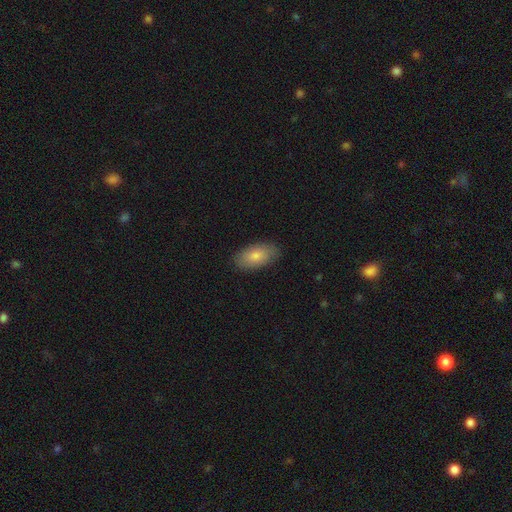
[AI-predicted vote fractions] smooth_or_featured: smooth (p=0.79) [alt: featured or disk p=0.14]
how_rounded: in between (p=0.92) [alt: cigar-shaped p=0.04]
merging: none (p=0.86) [alt: minor disturbance p=0.11]